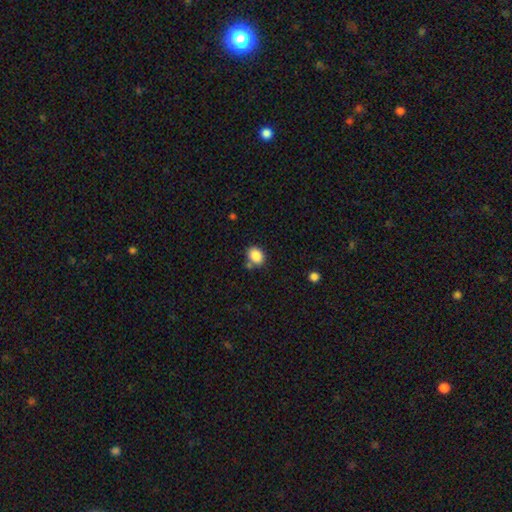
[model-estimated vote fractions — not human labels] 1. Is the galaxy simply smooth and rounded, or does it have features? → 87% smooth, 9% star or artifact, 4% featured or disk.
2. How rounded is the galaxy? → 55% in between, 44% round, 1% cigar-shaped.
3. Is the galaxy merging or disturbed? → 70% none, 15% minor disturbance, 11% merger, 4% major disturbance.